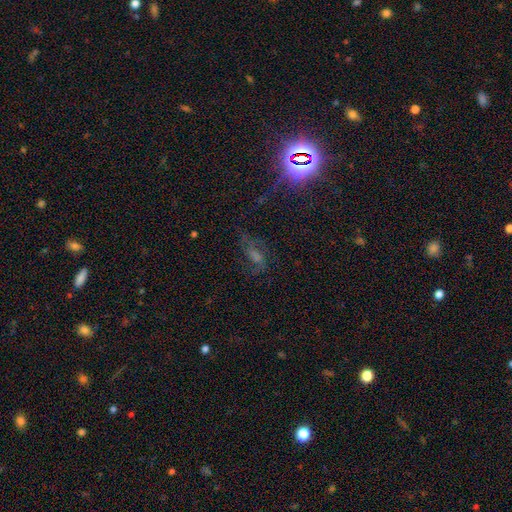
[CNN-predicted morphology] smooth-or-featured: featured or disk: 44% | star or artifact: 32% | smooth: 25%
  merging: none: 57% | major disturbance: 22% | minor disturbance: 18% | merger: 3%